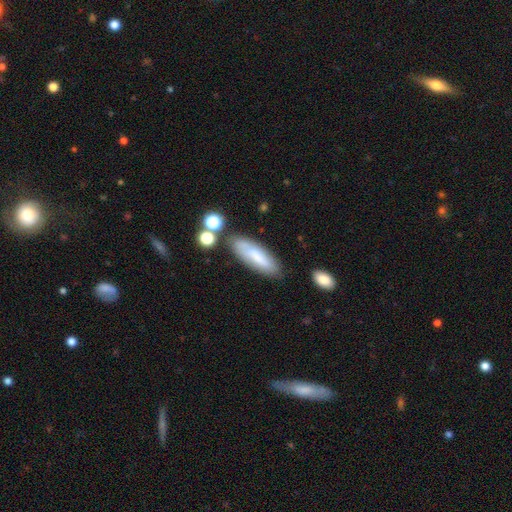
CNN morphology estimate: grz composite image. It shows a smooth galaxy with no disk features (69%) that is in between round and cigar-shaped (50%). Merging: none (71%).